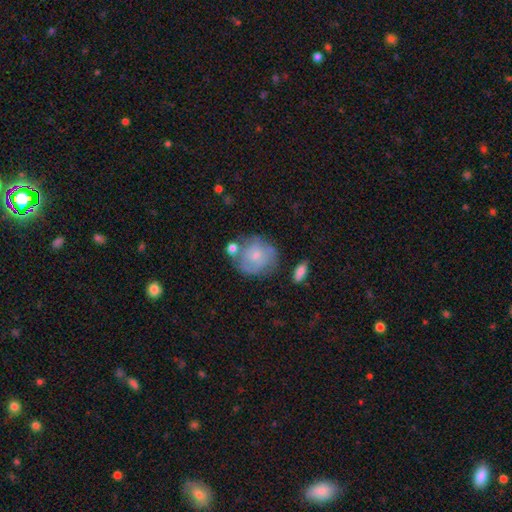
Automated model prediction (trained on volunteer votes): Q: Smooth or featured?
A: smooth (54%); runner-up: featured or disk (38%)
Q: How rounded?
A: round (82%); runner-up: in between (17%)
Q: Merging?
A: none (55%); runner-up: minor disturbance (23%)